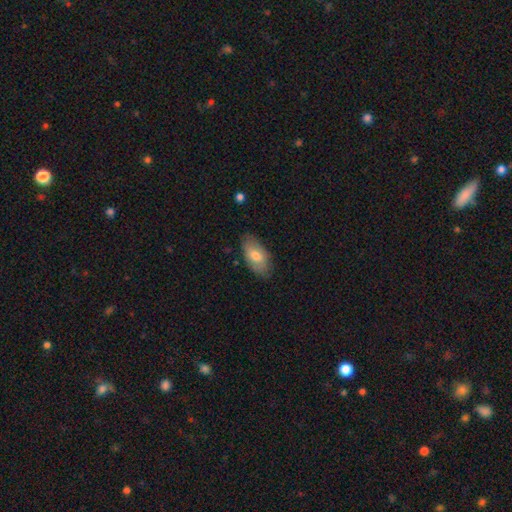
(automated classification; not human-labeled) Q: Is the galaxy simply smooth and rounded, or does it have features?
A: smooth — 72%.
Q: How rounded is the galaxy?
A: in between — 93%.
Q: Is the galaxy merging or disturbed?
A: none — 79%.